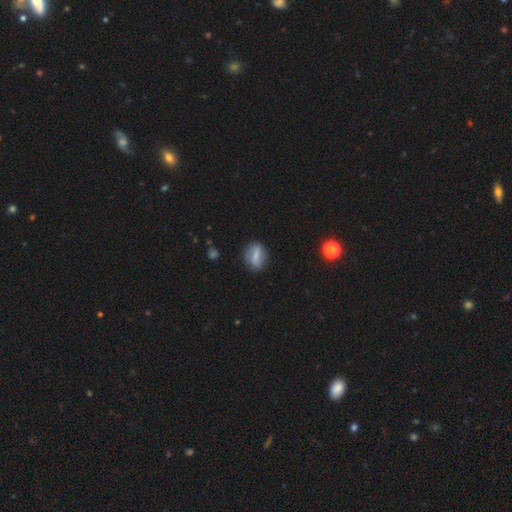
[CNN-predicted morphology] Q: Smooth or featured?
A: smooth (63%); runner-up: featured or disk (28%)
Q: How rounded?
A: in between (66%); runner-up: round (26%)
Q: Merging?
A: none (79%); runner-up: minor disturbance (15%)